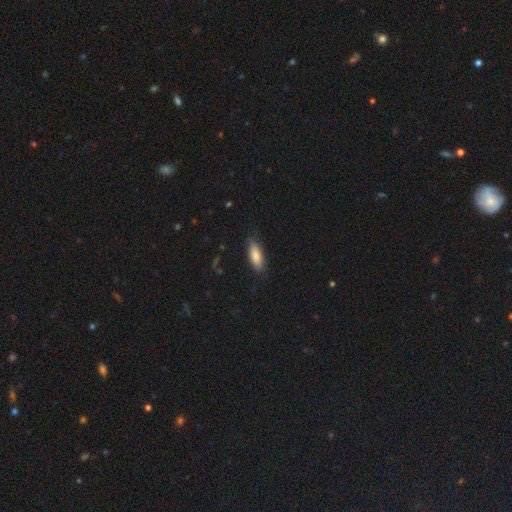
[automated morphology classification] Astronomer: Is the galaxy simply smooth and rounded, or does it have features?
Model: smooth — 84%.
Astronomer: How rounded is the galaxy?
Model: in between — 73%.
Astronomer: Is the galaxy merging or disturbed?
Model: none — 80%.